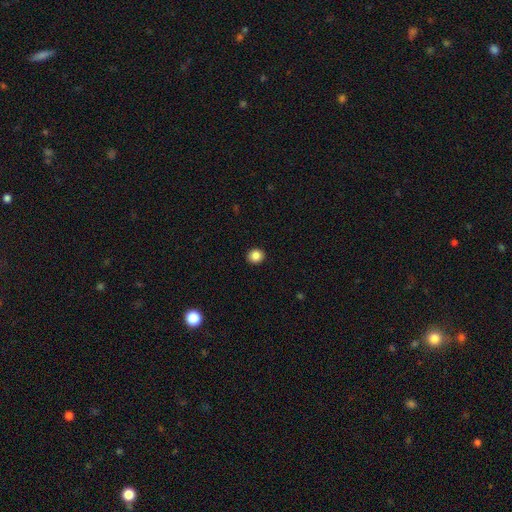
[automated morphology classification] This appears to be a smooth galaxy with no disk features (86%) that is round (84%). Merging: none (93%).